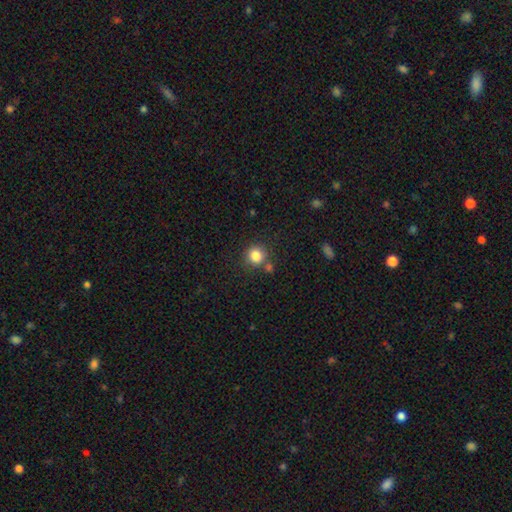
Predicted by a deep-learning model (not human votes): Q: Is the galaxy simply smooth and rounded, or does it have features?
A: smooth — 83%.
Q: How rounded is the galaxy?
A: round — 89%.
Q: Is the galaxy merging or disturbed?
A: none — 74%.